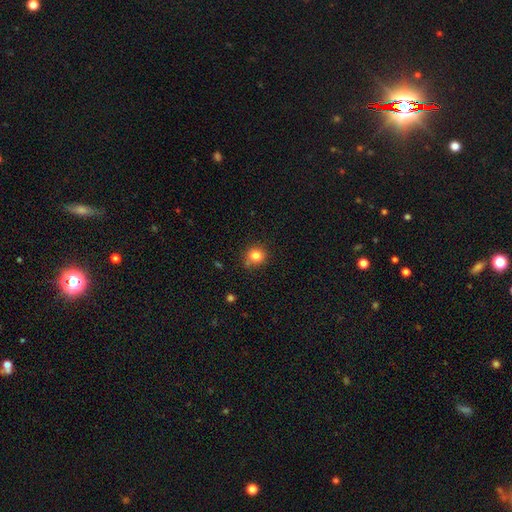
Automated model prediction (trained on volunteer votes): Smooth or featured: smooth — 82% (star or artifact — 12%)
How rounded: round — 87% (in between — 12%)
Merging: none — 76% (minor disturbance — 15%)